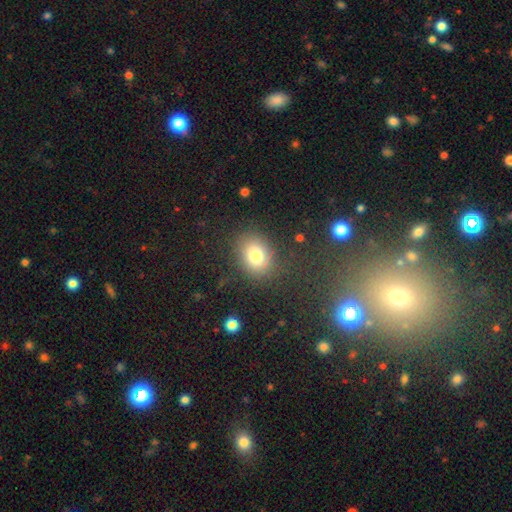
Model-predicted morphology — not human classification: A smooth galaxy with no disk features (78%) that is in between round and cigar-shaped (52%).

Vote fractions:
- Smooth or featured? smooth: 78% / star or artifact: 12% / featured or disk: 10%
- How rounded? in between: 52% / round: 46% / cigar-shaped: 1%
- Merging? none: 81% / minor disturbance: 12% / major disturbance: 5% / merger: 2%